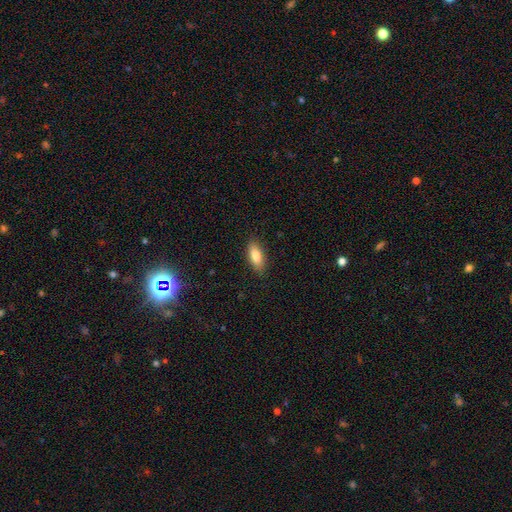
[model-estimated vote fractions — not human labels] Q: Smooth or featured?
A: smooth (81%); runner-up: featured or disk (12%)
Q: How rounded?
A: in between (80%); runner-up: cigar-shaped (17%)
Q: Merging?
A: none (87%); runner-up: minor disturbance (9%)